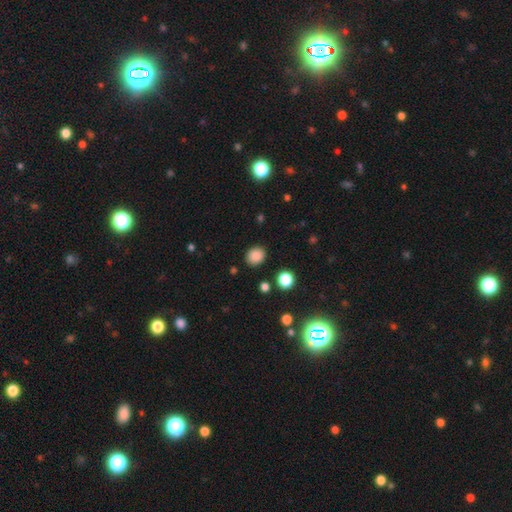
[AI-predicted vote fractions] smooth_or_featured: smooth (p=0.86) [alt: star or artifact p=0.11]
how_rounded: round (p=0.68) [alt: in between p=0.31]
merging: none (p=0.87) [alt: minor disturbance p=0.08]